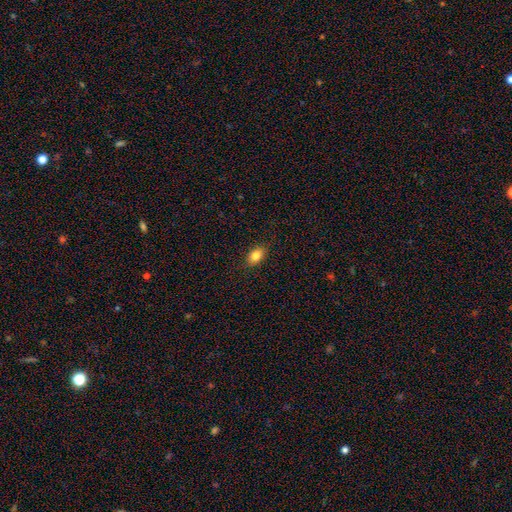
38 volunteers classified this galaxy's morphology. type=smooth (87%); roundness=in between (85%); merging=none (95%).